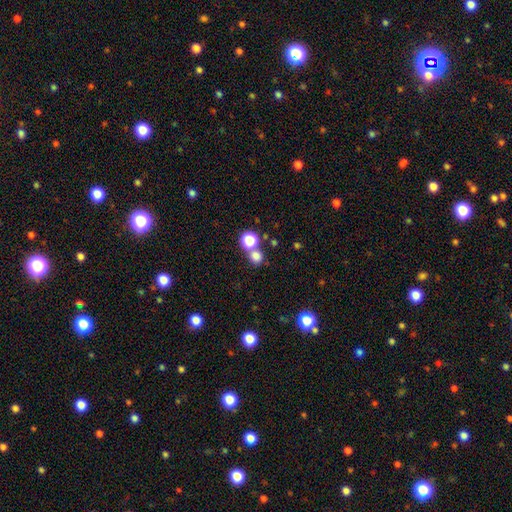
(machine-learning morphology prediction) The model was most divided on "merging": none: 55%, merger: 35%, minor disturbance: 7%, major disturbance: 3%. More confident: how rounded — round (83%); smooth or featured — smooth (77%).